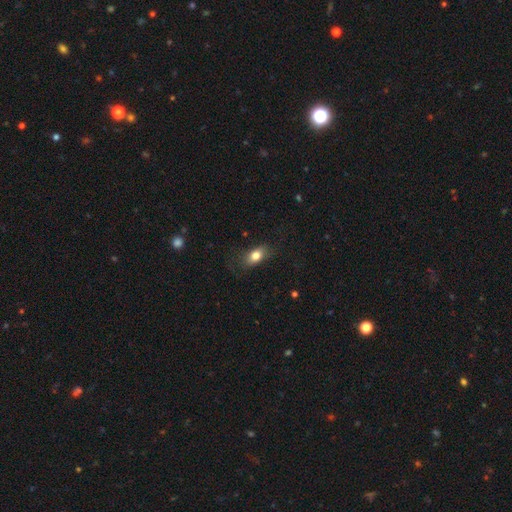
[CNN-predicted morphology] Smooth or featured: smooth — 79% (featured or disk — 13%)
How rounded: in between — 82% (round — 12%)
Merging: none — 74% (minor disturbance — 18%)